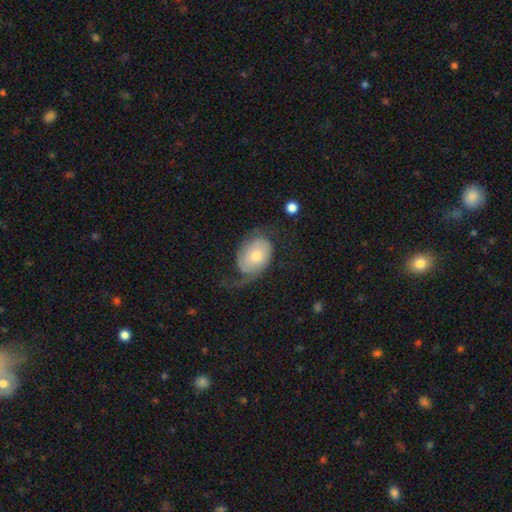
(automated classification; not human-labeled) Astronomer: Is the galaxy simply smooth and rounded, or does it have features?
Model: featured or disk — 53% (runner-up: smooth, 40%).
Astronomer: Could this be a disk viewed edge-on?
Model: no — 96%.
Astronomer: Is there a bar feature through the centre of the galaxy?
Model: no — 74%.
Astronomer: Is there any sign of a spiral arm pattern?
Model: yes — 81%.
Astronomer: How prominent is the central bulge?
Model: moderate — 53% (runner-up: small, 31%).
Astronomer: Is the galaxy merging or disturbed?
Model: none — 41% (runner-up: major disturbance, 34%).